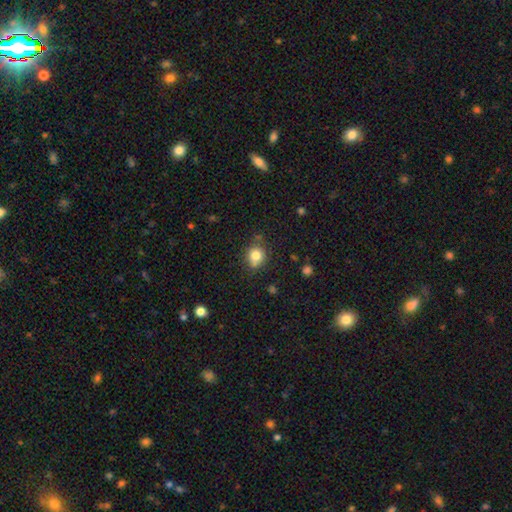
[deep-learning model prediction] Q: Smooth or featured?
A: smooth (81%); runner-up: star or artifact (11%)
Q: How rounded?
A: round (76%); runner-up: in between (24%)
Q: Merging?
A: none (70%); runner-up: minor disturbance (18%)